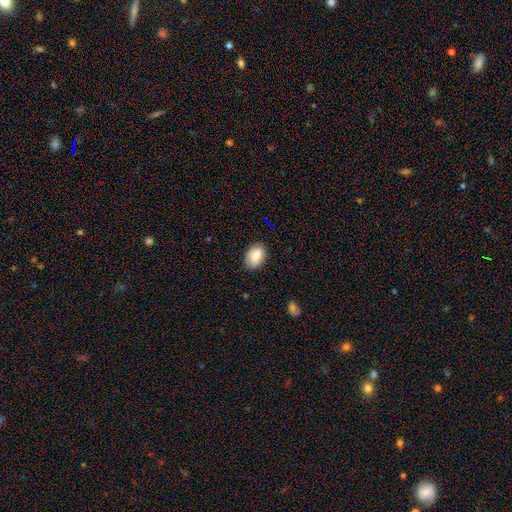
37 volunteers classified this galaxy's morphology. Smooth or featured: smooth — 89% (featured or disk — 11%)
How rounded: in between — 91% (round — 6%)
Merging: none — 84% (minor disturbance — 11%)